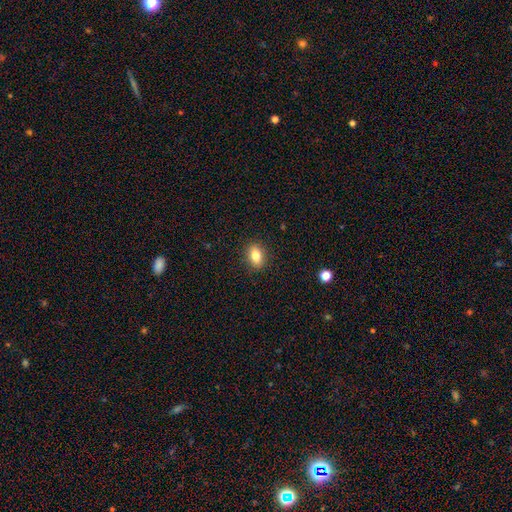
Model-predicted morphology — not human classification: smooth 83%, star or artifact 9%, featured or disk 9%. Down the decision tree: how rounded — in between (79%); merging — none (89%).